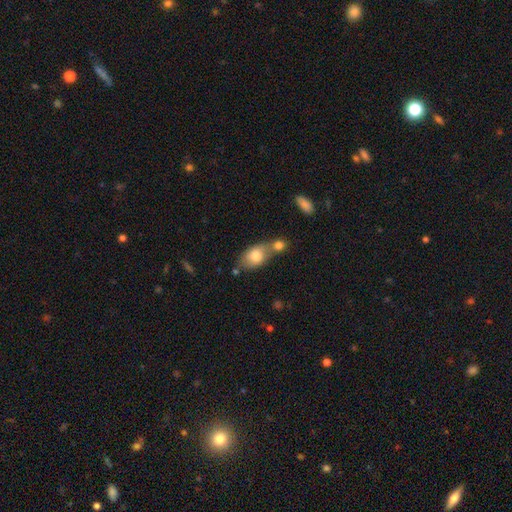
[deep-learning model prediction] Smooth or featured: smooth — 78% (featured or disk — 15%)
How rounded: in between — 80% (round — 17%)
Merging: merger — 49% (none — 34%)